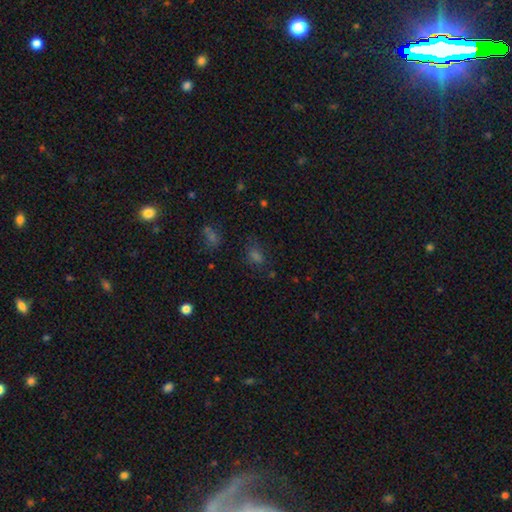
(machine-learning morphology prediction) The model was most divided on "smooth or featured": smooth: 57%, star or artifact: 35%, featured or disk: 8%. More confident: merging — none (71%); how rounded — in between (69%).